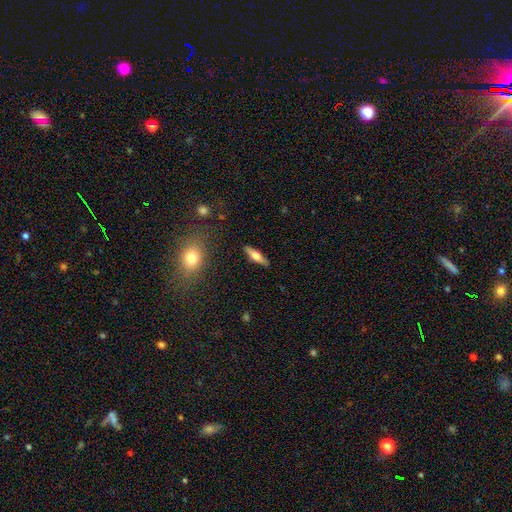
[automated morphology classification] type=featured or disk (49%); merging=none (89%).